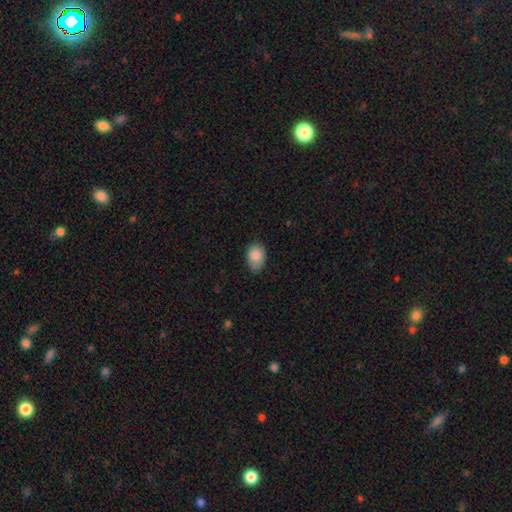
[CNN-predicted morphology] type=smooth (87%); roundness=in between (81%); merging=none (68%).